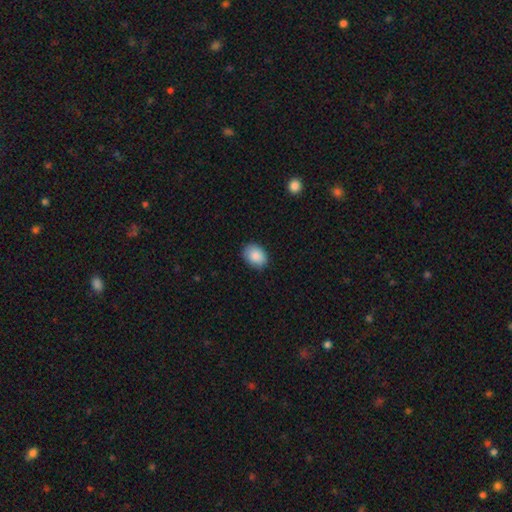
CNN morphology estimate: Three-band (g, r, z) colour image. It shows a smooth galaxy with no disk features (89%) that is in between round and cigar-shaped (71%). Merging: none (85%).